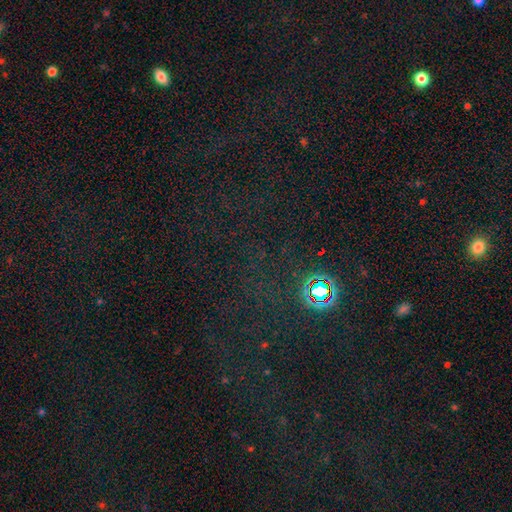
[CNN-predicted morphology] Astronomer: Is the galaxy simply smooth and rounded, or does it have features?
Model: star or artifact — 75%.